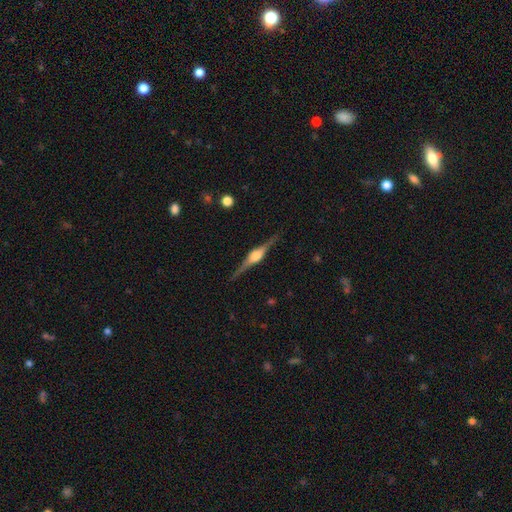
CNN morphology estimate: smooth-or-featured: featured or disk: 86% | smooth: 9% | star or artifact: 5%
  disk-edge-on: yes: 98% | no: 2%
    edge-on-bulge: rounded: 89% | boxy: 9% | none: 2%
  merging: none: 90% | minor disturbance: 8% | major disturbance: 2% | merger: 1%